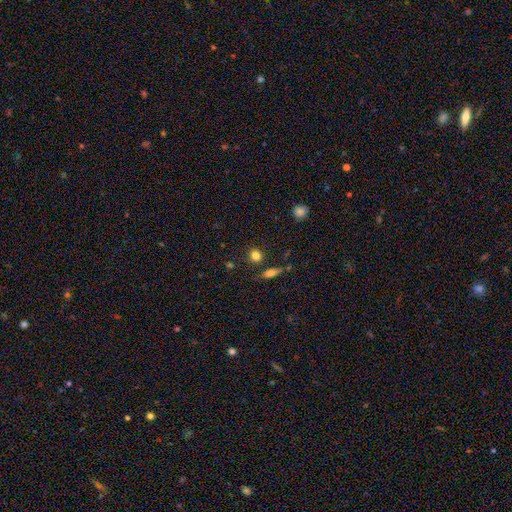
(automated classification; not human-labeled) Smooth or featured? smooth (81%)
How rounded? round (82%)
Merging? none (82%)